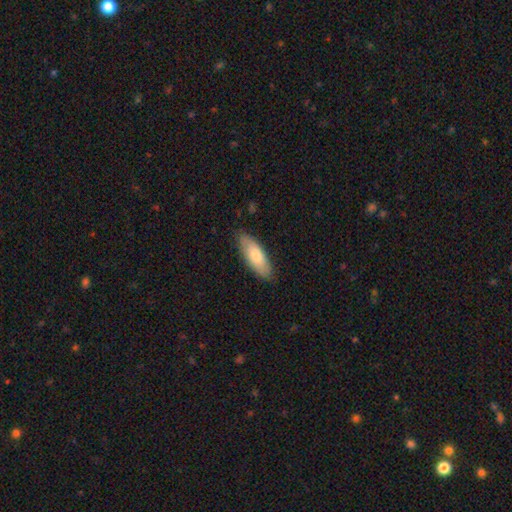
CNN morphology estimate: smooth_or_featured: smooth (p=0.73) [alt: featured or disk p=0.21]
how_rounded: in between (p=0.73) [alt: cigar-shaped p=0.25]
merging: none (p=0.82) [alt: minor disturbance p=0.14]